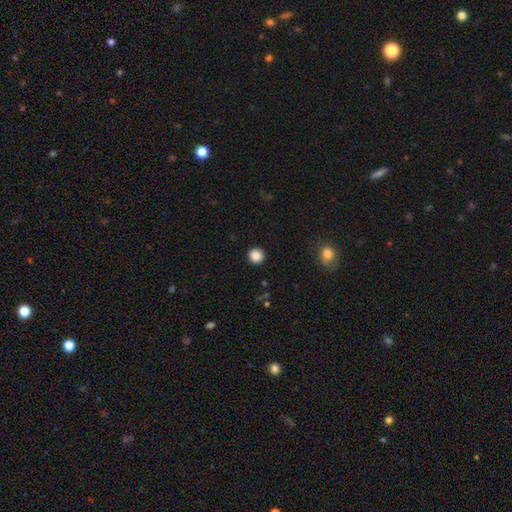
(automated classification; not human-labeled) smooth_or_featured: smooth (p=0.87) [alt: star or artifact p=0.10]
how_rounded: round (p=0.94) [alt: in between p=0.05]
merging: none (p=0.92) [alt: minor disturbance p=0.05]